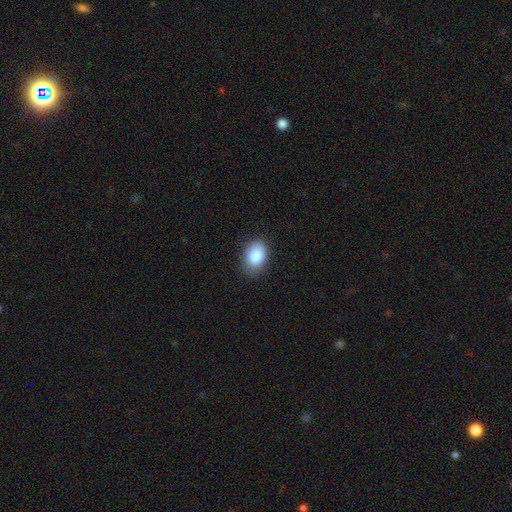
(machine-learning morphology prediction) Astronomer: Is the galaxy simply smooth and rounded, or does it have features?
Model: smooth — 88%.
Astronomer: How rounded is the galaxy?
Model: in between — 80%.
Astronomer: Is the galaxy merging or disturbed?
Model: none — 81%.